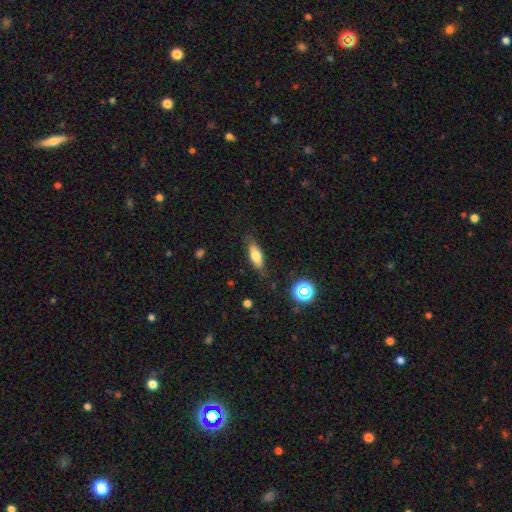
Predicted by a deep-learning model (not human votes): A smooth galaxy with no disk features (72%) that is in between round and cigar-shaped (62%).

Vote fractions:
- Smooth or featured? smooth: 72% / featured or disk: 20% / star or artifact: 8%
- How rounded? in between: 62% / cigar-shaped: 35% / round: 3%
- Merging? none: 80% / minor disturbance: 14% / major disturbance: 4% / merger: 2%